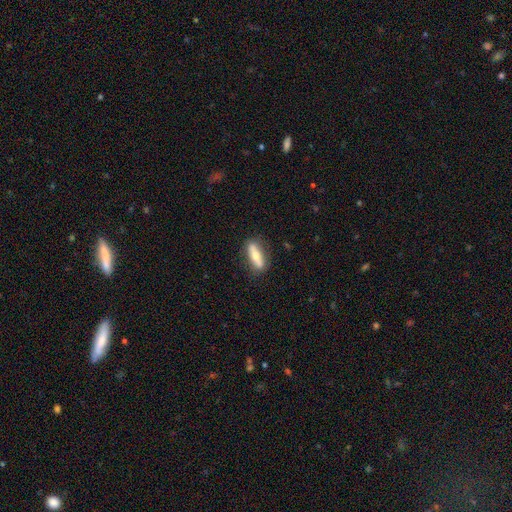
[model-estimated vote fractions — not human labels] Overall: smooth (56%; featured or disk 38%). How rounded: cigar-shaped (61%; in between 36%). Merging: none (83%).